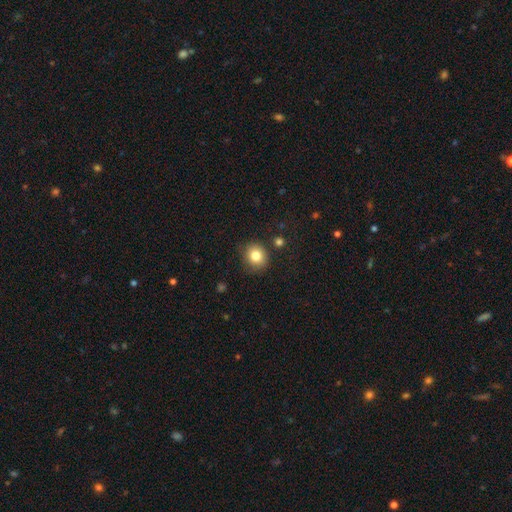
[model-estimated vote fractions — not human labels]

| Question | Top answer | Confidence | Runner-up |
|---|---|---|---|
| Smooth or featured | smooth | 82% | star or artifact (11%) |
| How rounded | round | 83% | in between (16%) |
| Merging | none | 84% | minor disturbance (10%) |